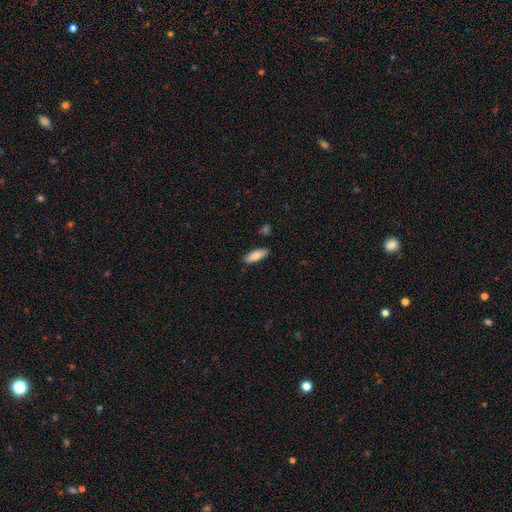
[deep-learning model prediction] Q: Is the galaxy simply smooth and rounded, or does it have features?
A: smooth — 81%.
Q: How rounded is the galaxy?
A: in between — 63%.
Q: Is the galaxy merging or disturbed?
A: none — 86%.